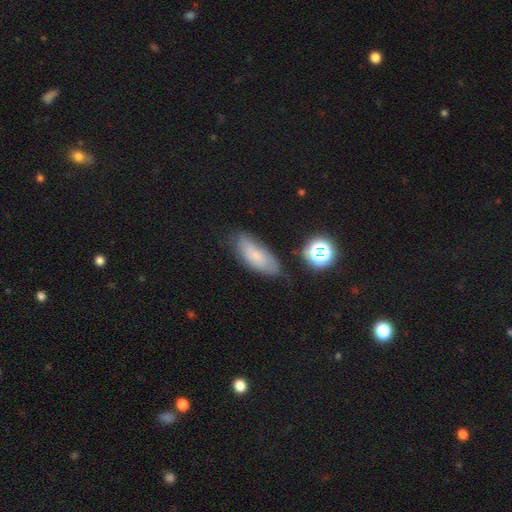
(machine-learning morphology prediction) This appears to be a smooth galaxy with no disk features (69%) that is in between round and cigar-shaped (78%). Merging: none (65%).